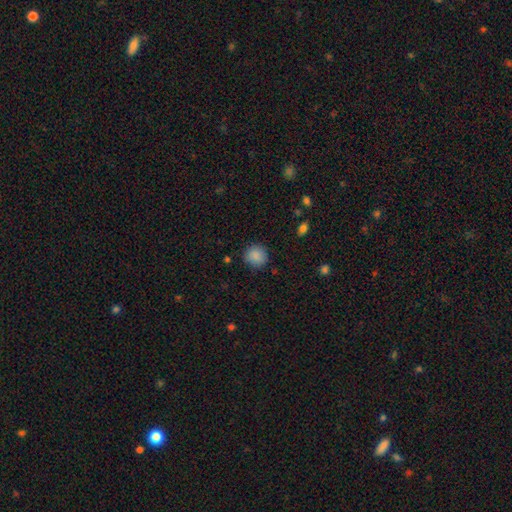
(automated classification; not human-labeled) smooth-or-featured: smooth: 88% | star or artifact: 9% | featured or disk: 4%
  how-rounded: round: 90% | in between: 9% | cigar-shaped: 1%
  merging: none: 87% | minor disturbance: 10% | major disturbance: 3% | merger: 1%